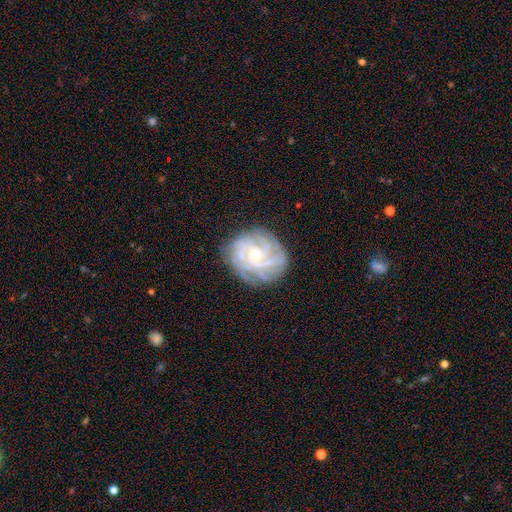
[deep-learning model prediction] This is clearly a featured or disk galaxy (84%). It is clearly not viewed edge-on (98%). Bar: likely no (71%). Spiral arm pattern: clearly yes (96%). Spiral arm count: marginally can't tell (28%). Spiral winding: likely tight (70%). Central bulge: possibly small (59%). Merging: likely none (76%).